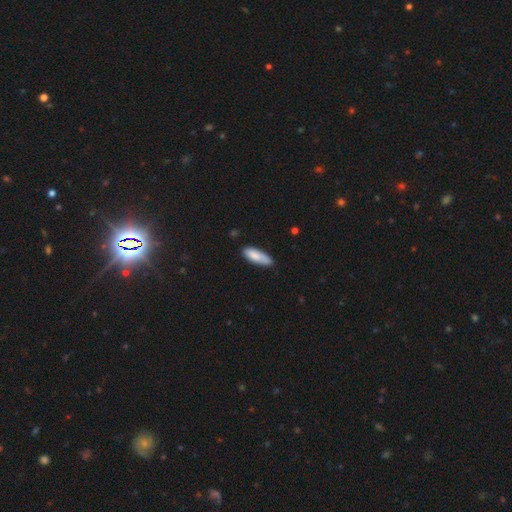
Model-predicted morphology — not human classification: The model was most divided on "how rounded": in between: 57%, cigar-shaped: 41%, round: 2%. More confident: smooth or featured — smooth (82%); merging — none (69%).